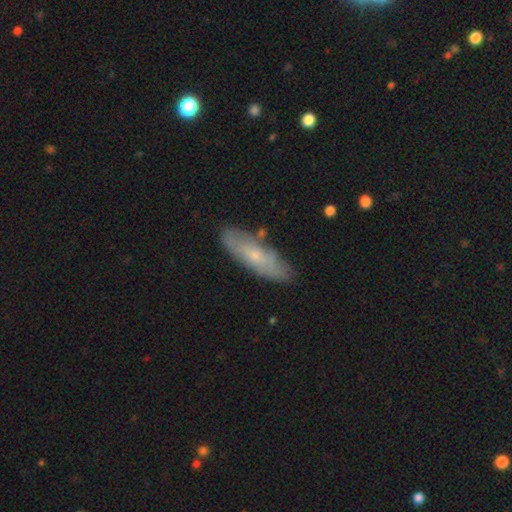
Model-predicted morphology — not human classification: Q: Smooth or featured?
A: smooth (51%); runner-up: featured or disk (42%)
Q: How rounded?
A: cigar-shaped (53%); runner-up: in between (45%)
Q: Merging?
A: none (81%); runner-up: minor disturbance (14%)